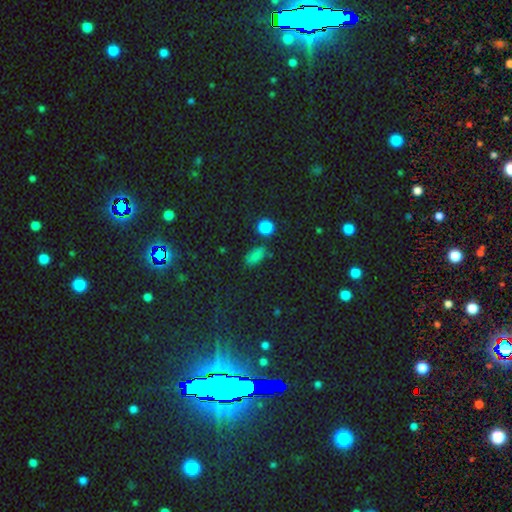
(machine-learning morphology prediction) This appears to be a smooth galaxy with no disk features (70%) that is in between round and cigar-shaped (79%). Merging: none (75%).